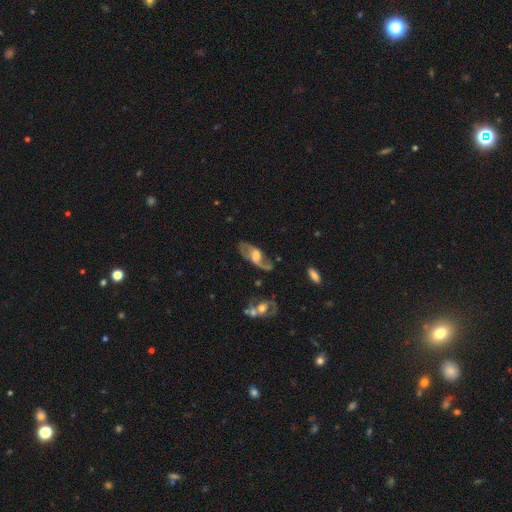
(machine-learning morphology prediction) Smooth or featured: featured or disk — 75% (smooth — 18%)
Edge-on disk: no — 89% (yes — 11%)
Bar: no — 44% (weak — 43%)
Spiral arms: yes — 87% (no — 13%)
Spiral winding: loose — 56% (medium — 34%)
Spiral arm count: 2 — 79% (1 — 10%)
Bulge size: moderate — 44% (large — 28%)
Merging: none — 58% (minor disturbance — 22%)